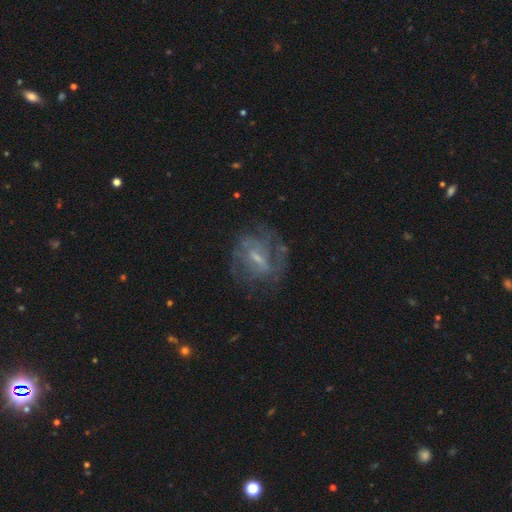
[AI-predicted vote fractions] Smooth or featured?
  - featured or disk: 68% *
  - smooth: 19%
  - star or artifact: 13%
Edge-on disk?
  - no: 93% *
  - yes: 7%
Bar?
  - weak: 50% *
  - strong: 26%
  - no: 24%
Spiral arms?
  - yes: 67% *
  - no: 33%
Bulge size?
  - small: 53% *
  - moderate: 27%
  - none: 16%
  - large: 3%
  - dominant: 1%
Merging?
  - none: 66% *
  - minor disturbance: 17%
  - major disturbance: 15%
  - merger: 2%